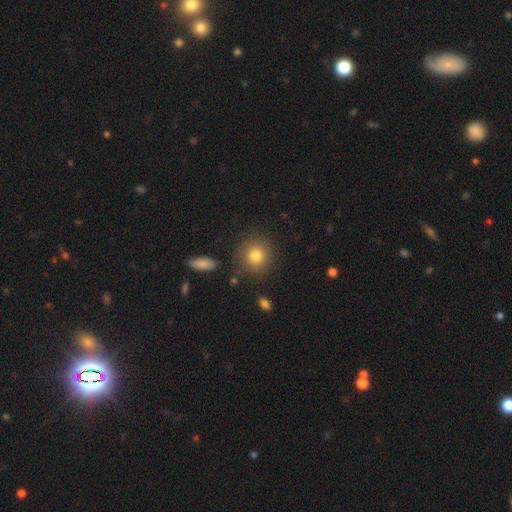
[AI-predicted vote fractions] Overall: smooth (81%). How rounded: round (88%). Merging: none (86%).